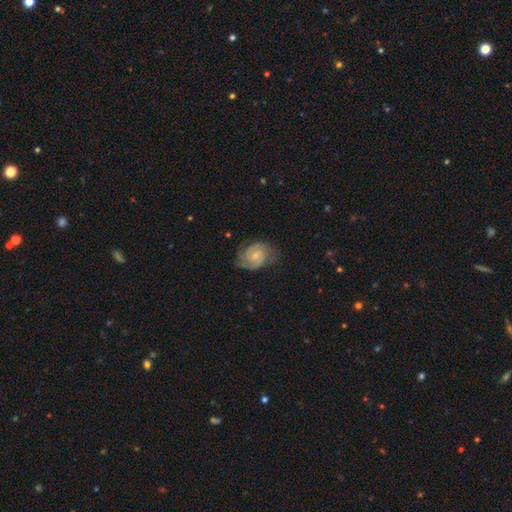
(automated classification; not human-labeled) Morphology: type=featured or disk (78%); edge-on=no (98%); bar=no (60%); spiral arms=yes (95%); winding=tight (45%); arm count=2 (72%); bulge=small (60%); merging=none (67%).